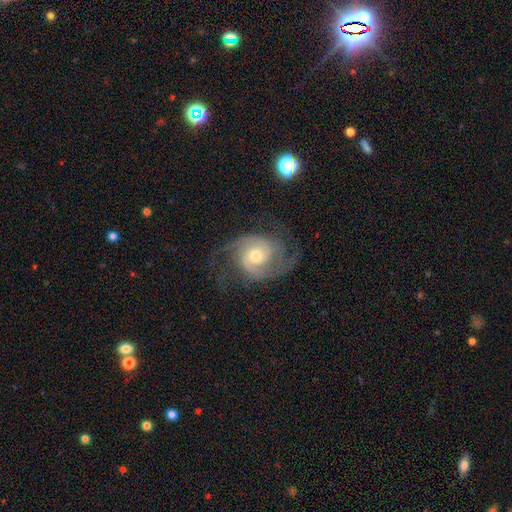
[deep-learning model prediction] Q: Smooth or featured?
A: featured or disk (88%); runner-up: smooth (7%)
Q: Edge-on disk?
A: no (98%); runner-up: yes (2%)
Q: Bar?
A: no (67%); runner-up: weak (28%)
Q: Spiral arms?
A: yes (97%); runner-up: no (3%)
Q: Spiral winding?
A: medium (46%); runner-up: tight (40%)
Q: Spiral arm count?
A: 2 (73%); runner-up: 3 (10%)
Q: Bulge size?
A: moderate (64%); runner-up: small (28%)
Q: Merging?
A: none (67%); runner-up: minor disturbance (18%)